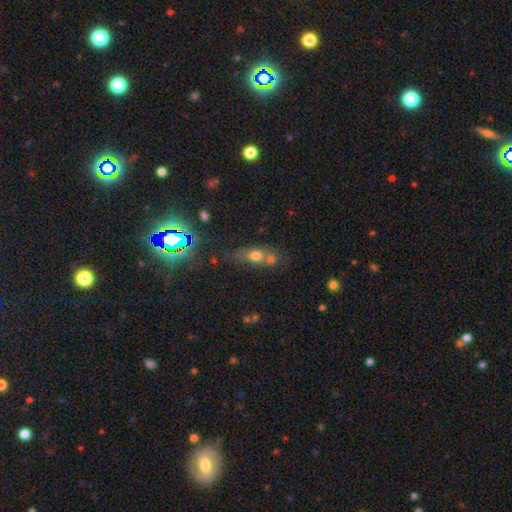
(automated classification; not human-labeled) Morphology: type=smooth (63%); roundness=in between (55%); merging=merger (42%).